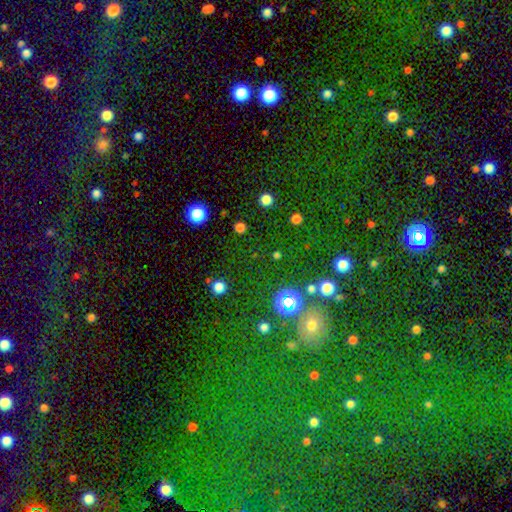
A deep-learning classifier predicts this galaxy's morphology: This appears to be a star or artifact, not a galaxy (54%).